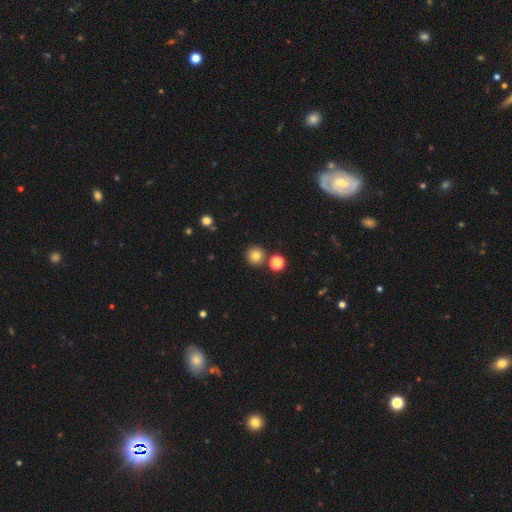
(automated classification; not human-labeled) This appears to be a smooth galaxy with no disk features (81%) that is round (93%). Merging: none (84%).